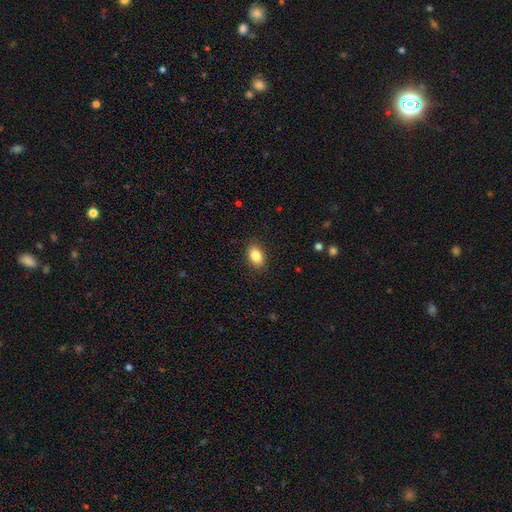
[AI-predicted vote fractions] A smooth galaxy with no disk features (85%) that is in between round and cigar-shaped (87%).

Vote fractions:
- Smooth or featured? smooth: 85% / star or artifact: 8% / featured or disk: 7%
- How rounded? in between: 87% / round: 12% / cigar-shaped: 2%
- Merging? none: 88% / minor disturbance: 9% / major disturbance: 2% / merger: 1%